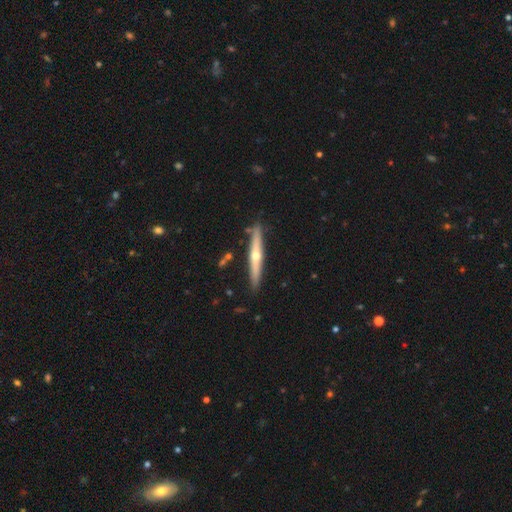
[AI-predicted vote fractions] This is likely a featured or disk galaxy (67%). It is clearly viewed edge-on (95%). Edge-on bulge: clearly rounded (86%). Merging: clearly none (87%).